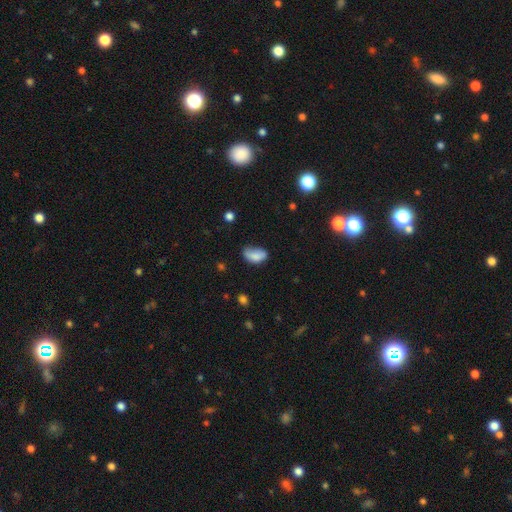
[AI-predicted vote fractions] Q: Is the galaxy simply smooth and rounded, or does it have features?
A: smooth — 81%.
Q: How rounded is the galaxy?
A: in between — 91%.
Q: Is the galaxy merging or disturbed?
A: none — 41%.